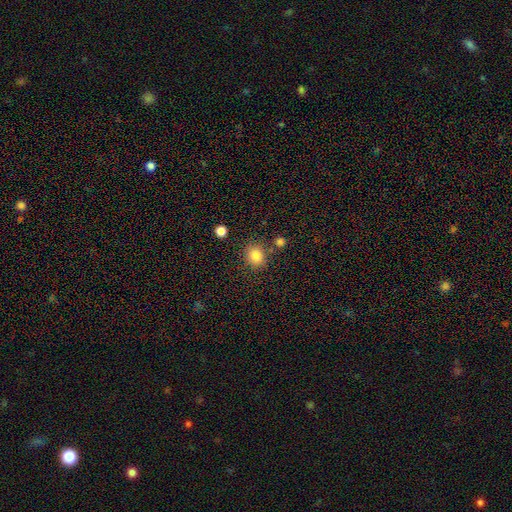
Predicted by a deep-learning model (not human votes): A smooth galaxy with no disk features (84%) that is round (76%).

Vote fractions:
- Smooth or featured? smooth: 84% / star or artifact: 11% / featured or disk: 5%
- How rounded? round: 76% / in between: 23% / cigar-shaped: 1%
- Merging? none: 81% / minor disturbance: 10% / merger: 6% / major disturbance: 3%